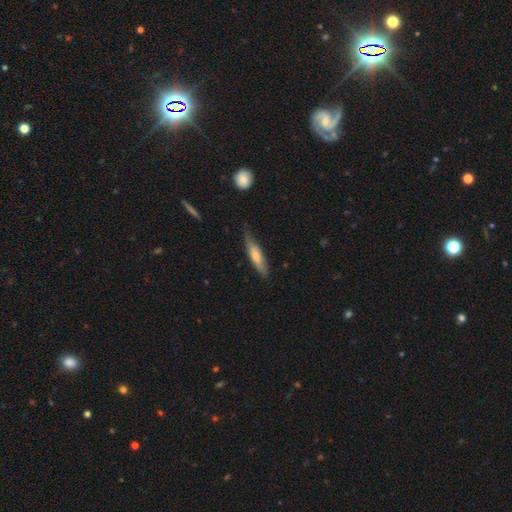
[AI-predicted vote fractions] smooth 59%, featured or disk 35%, star or artifact 6%. Down the decision tree: how rounded — cigar-shaped (77%); merging — none (69%).